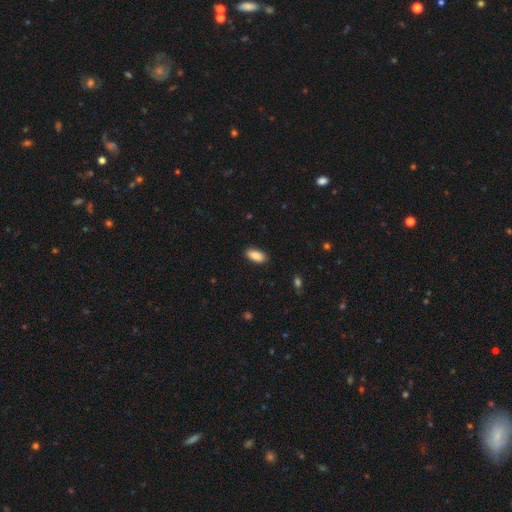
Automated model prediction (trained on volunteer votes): Morphology: type=smooth (89%); roundness=in between (91%); merging=none (89%).